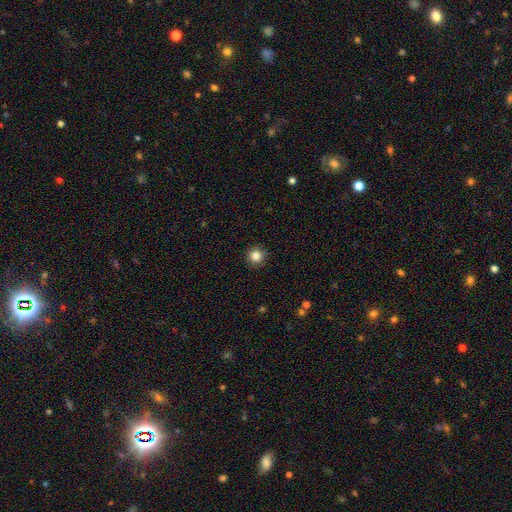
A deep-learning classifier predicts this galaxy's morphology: This appears to be a smooth galaxy with no disk features (85%) that is round (95%). Merging: none (92%).